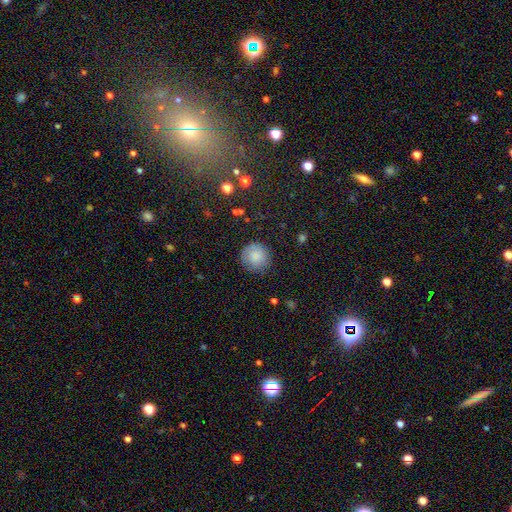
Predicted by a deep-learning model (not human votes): The model was most divided on "smooth or featured": smooth: 81%, featured or disk: 11%, star or artifact: 9%. More confident: how rounded — round (94%); merging — none (83%).